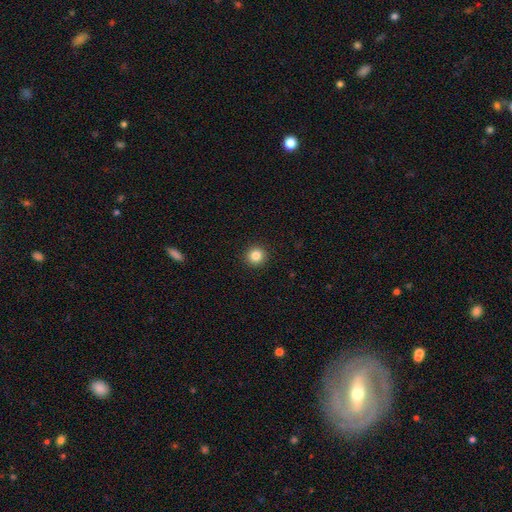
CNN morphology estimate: This is clearly a smooth galaxy (84%). How rounded: clearly round (94%). Merging: clearly none (93%).